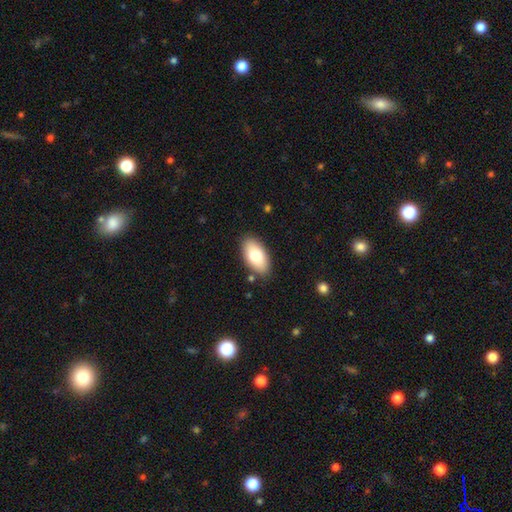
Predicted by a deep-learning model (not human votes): Overall: smooth (77%). How rounded: in between (94%). Merging: none (86%).